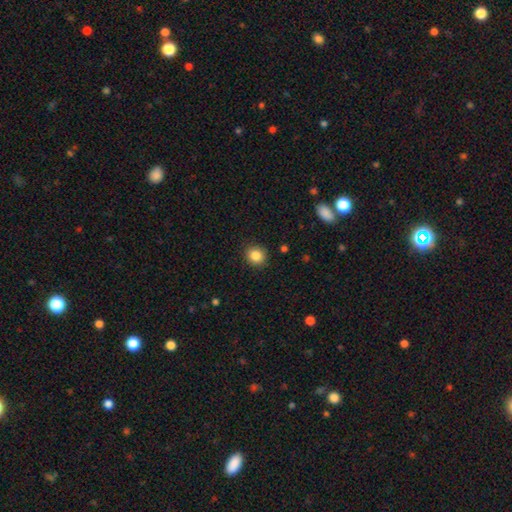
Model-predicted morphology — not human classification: Overall: smooth (85%). How rounded: round (88%). Merging: none (90%).